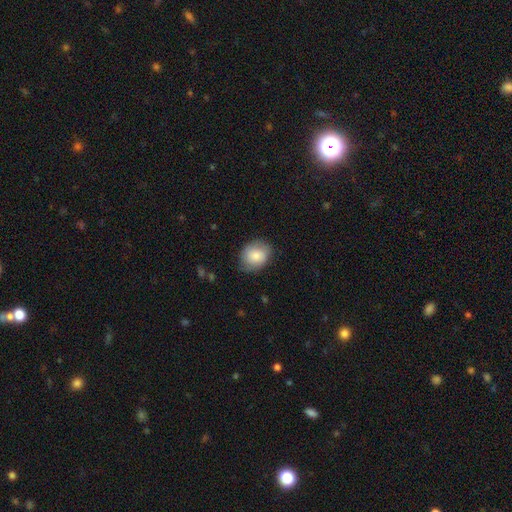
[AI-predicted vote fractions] smooth 82%, featured or disk 12%, star or artifact 7%. Down the decision tree: how rounded — round (58%); merging — none (76%).